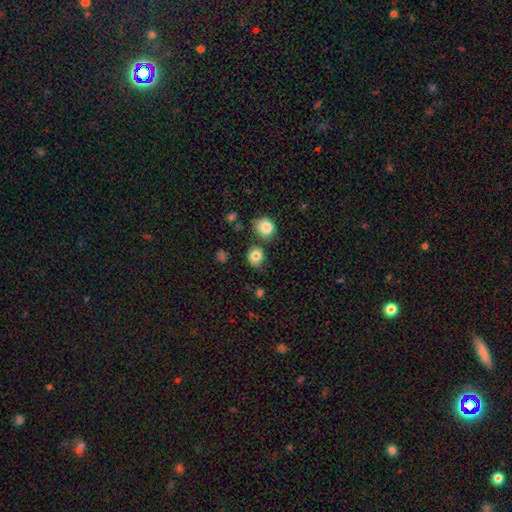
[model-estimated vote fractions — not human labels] Morphology: type=smooth (83%); roundness=round (73%); merging=none (73%).